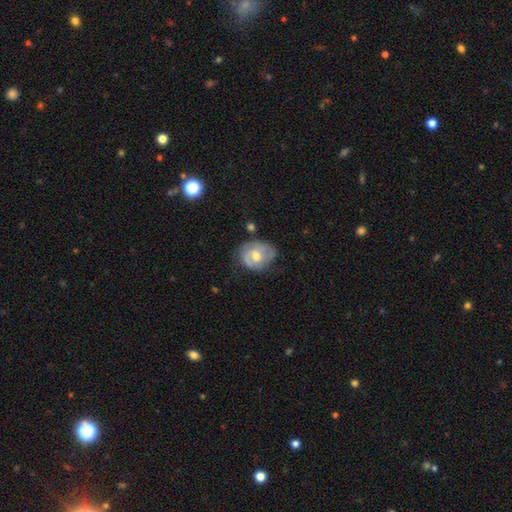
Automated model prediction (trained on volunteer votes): Smooth or featured?
  - featured or disk: 64% *
  - smooth: 30%
  - star or artifact: 6%
Edge-on disk?
  - no: 97% *
  - yes: 3%
Bar?
  - no: 64% *
  - weak: 31%
  - strong: 5%
Spiral arms?
  - yes: 82% *
  - no: 18%
Spiral winding?
  - tight: 48% *
  - medium: 38%
  - loose: 14%
Spiral arm count?
  - 2: 48% *
  - can't tell: 26%
  - 3: 12%
  - 1: 10%
  - 4: 2%
  - more than 4: 2%
Bulge size?
  - moderate: 71% *
  - small: 20%
  - large: 7%
  - none: 2%
  - dominant: 1%
Merging?
  - none: 57% *
  - minor disturbance: 29%
  - major disturbance: 11%
  - merger: 3%